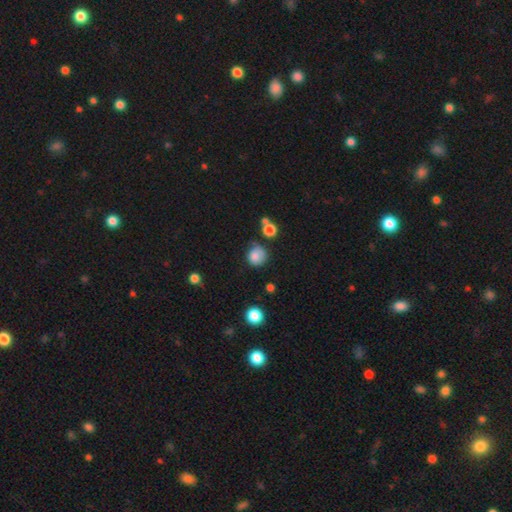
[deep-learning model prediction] smooth-or-featured: smooth: 81% | star or artifact: 11% | featured or disk: 8%
  how-rounded: round: 81% | in between: 18% | cigar-shaped: 1%
  merging: none: 59% | minor disturbance: 26% | major disturbance: 9% | merger: 6%